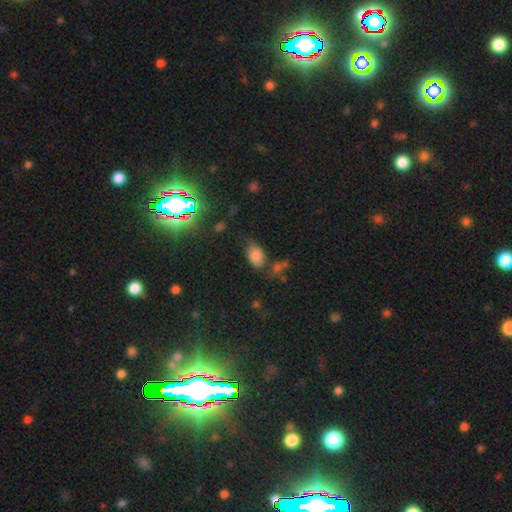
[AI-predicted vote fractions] Smooth or featured: smooth — 76% (star or artifact — 16%)
How rounded: in between — 86% (round — 12%)
Merging: none — 55% (minor disturbance — 26%)